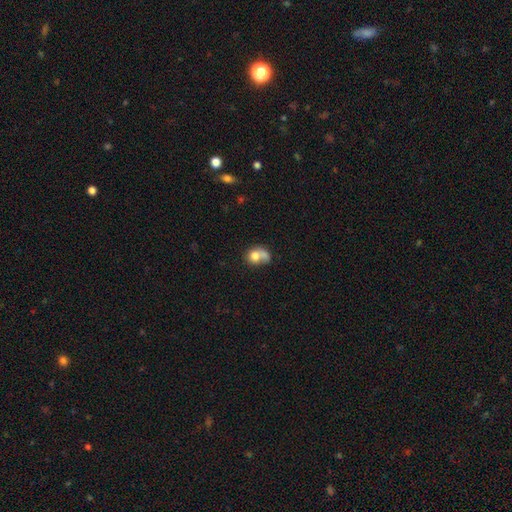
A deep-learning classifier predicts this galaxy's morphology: type=smooth (72%); roundness=round (57%); merging=merger (45%).